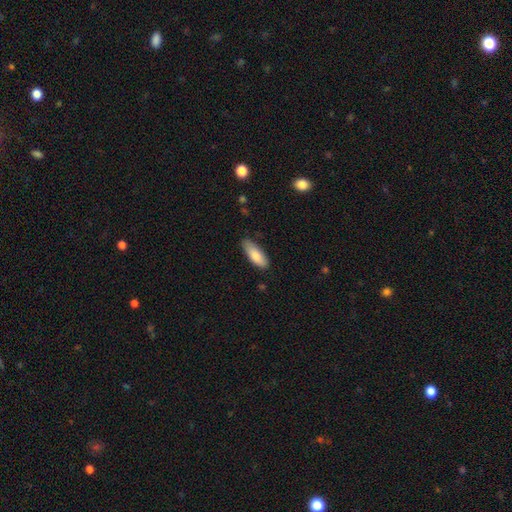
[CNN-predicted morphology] A smooth galaxy with no disk features (82%) that is in between round and cigar-shaped (72%).

Vote fractions:
- Smooth or featured? smooth: 82% / featured or disk: 12% / star or artifact: 6%
- How rounded? in between: 72% / cigar-shaped: 26% / round: 2%
- Merging? none: 75% / minor disturbance: 21% / major disturbance: 3% / merger: 1%